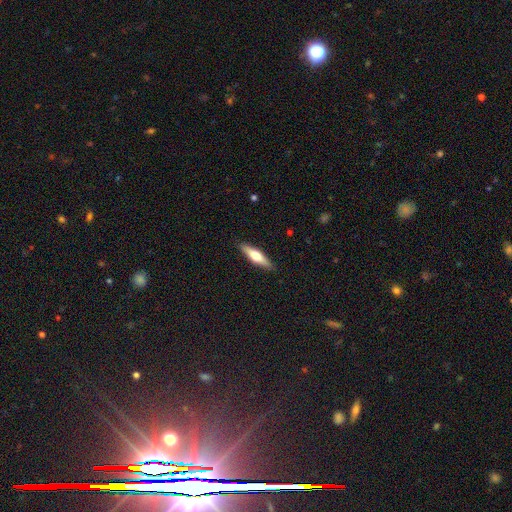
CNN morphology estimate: A smooth galaxy with no disk features (50%).

Vote fractions:
- Smooth or featured? smooth: 50% / featured or disk: 45% / star or artifact: 5%
- Merging? none: 90% / minor disturbance: 8% / major disturbance: 2% / merger: 1%